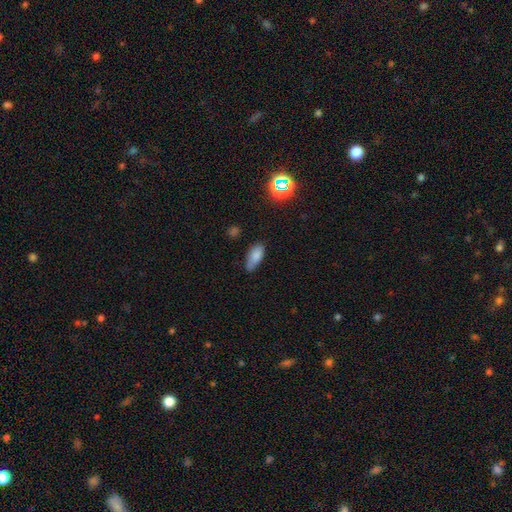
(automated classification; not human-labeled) Morphology: type=smooth (81%); roundness=in between (82%); merging=none (65%).